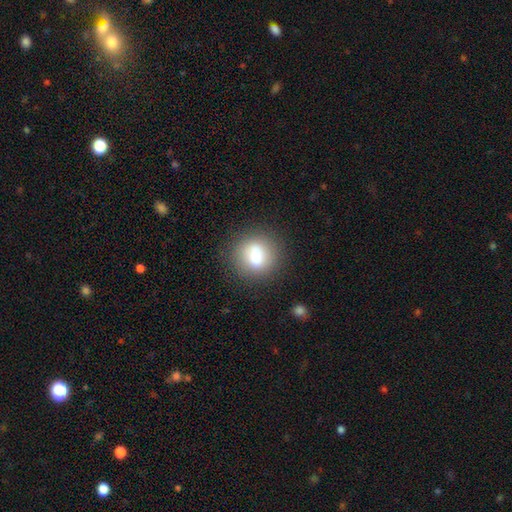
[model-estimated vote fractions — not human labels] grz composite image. It shows a smooth galaxy with no disk features (72%) that is round (81%). Merging: none (81%).